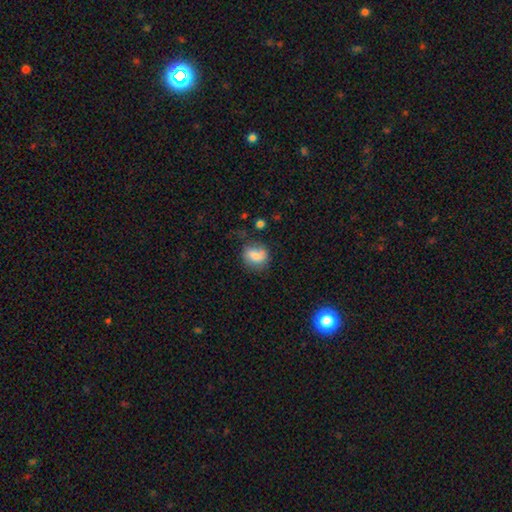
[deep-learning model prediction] Smooth or featured: smooth — 73% (featured or disk — 18%)
How rounded: round — 55% (in between — 44%)
Merging: none — 60% (minor disturbance — 25%)